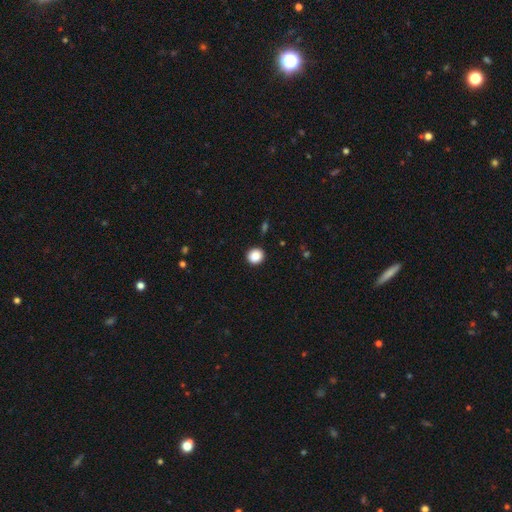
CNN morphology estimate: Smooth or featured: smooth — 88% (star or artifact — 9%)
How rounded: round — 89% (in between — 10%)
Merging: none — 92% (minor disturbance — 5%)